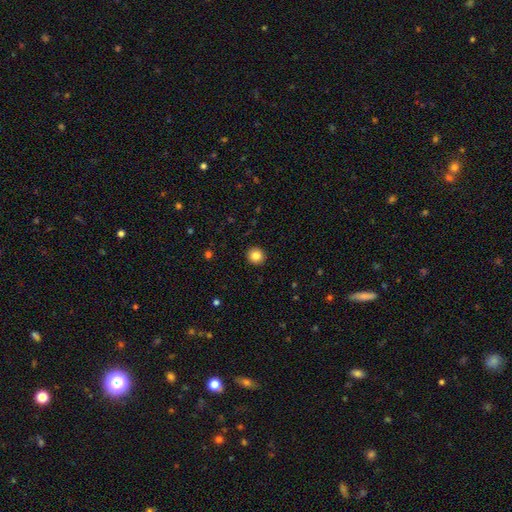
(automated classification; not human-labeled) Q: Smooth or featured?
A: smooth (84%); runner-up: star or artifact (10%)
Q: How rounded?
A: round (92%); runner-up: in between (8%)
Q: Merging?
A: none (93%); runner-up: minor disturbance (5%)